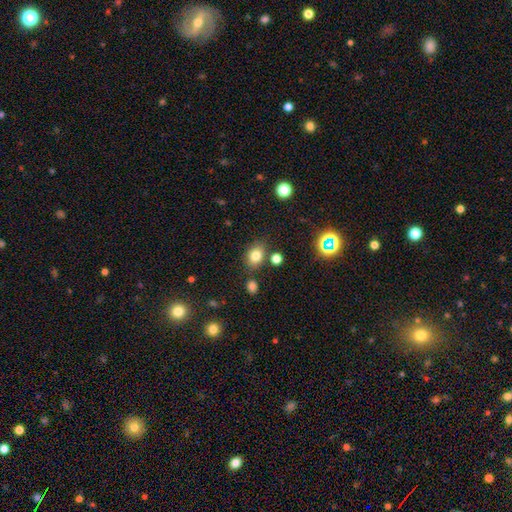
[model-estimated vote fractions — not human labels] Smooth or featured? Predicted: smooth (p=0.77). How rounded? Predicted: in between (p=0.60). Merging? Predicted: none (p=0.75).